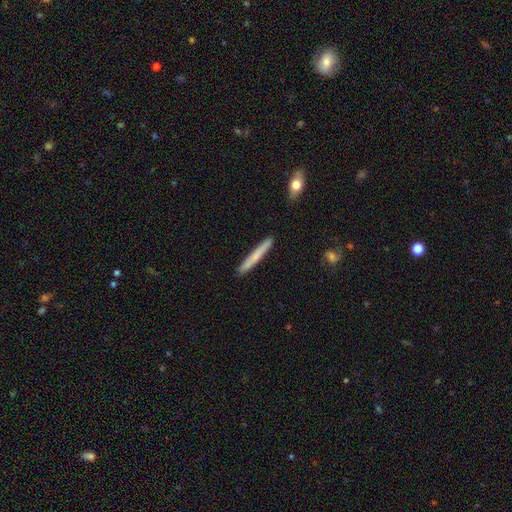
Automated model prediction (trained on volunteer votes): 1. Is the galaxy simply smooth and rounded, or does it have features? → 66% smooth, 28% featured or disk, 6% star or artifact.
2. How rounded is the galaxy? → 96% cigar-shaped, 2% in between, 1% round.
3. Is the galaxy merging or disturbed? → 91% none, 7% minor disturbance, 1% major disturbance, 1% merger.